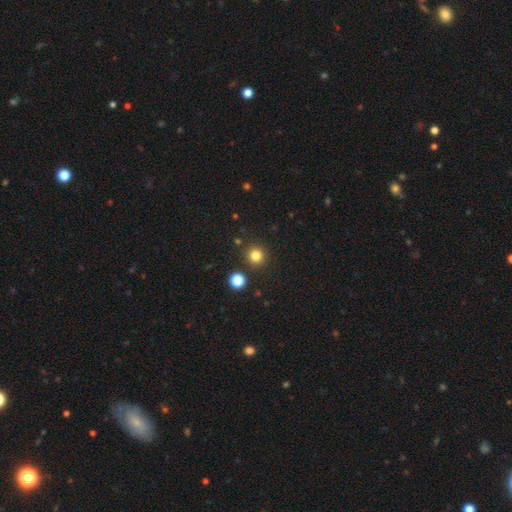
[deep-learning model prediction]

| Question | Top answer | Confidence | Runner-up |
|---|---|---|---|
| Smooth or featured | smooth | 81% | star or artifact (14%) |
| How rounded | round | 94% | in between (5%) |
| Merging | none | 89% | minor disturbance (6%) |